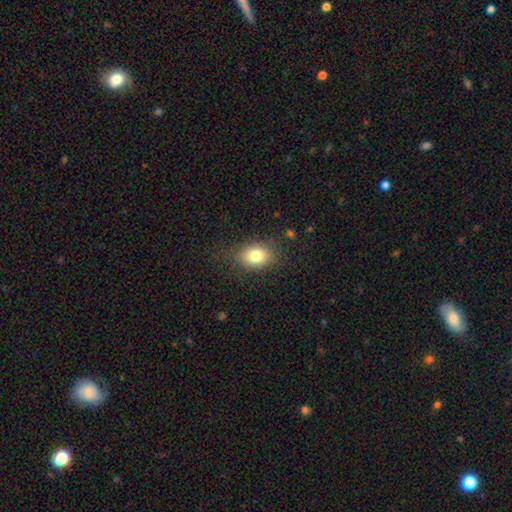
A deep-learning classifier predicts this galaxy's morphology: Smooth or featured: smooth — 79% (featured or disk — 10%)
How rounded: in between — 65% (round — 34%)
Merging: none — 79% (minor disturbance — 14%)